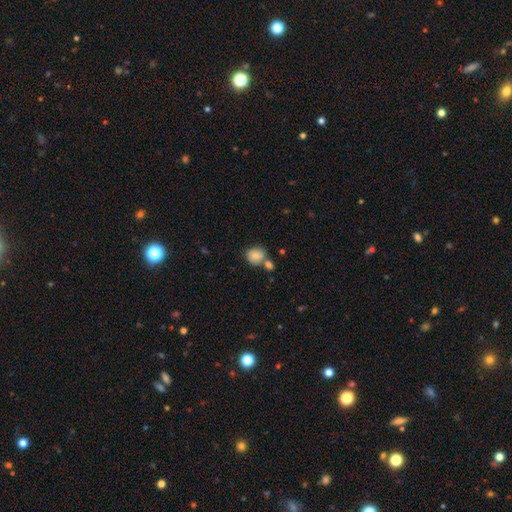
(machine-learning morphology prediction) A smooth galaxy with no disk features (79%) that is round (77%). Merging: none (52%).